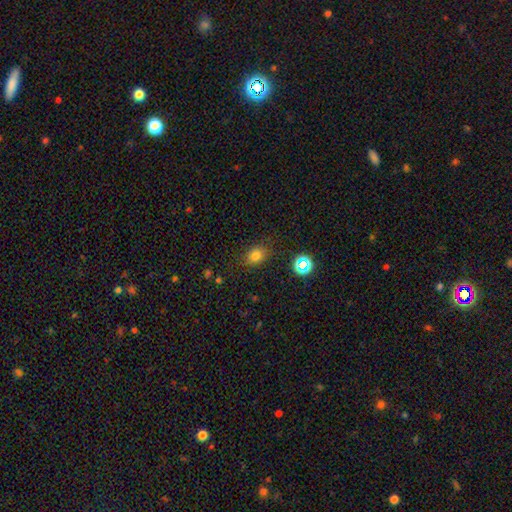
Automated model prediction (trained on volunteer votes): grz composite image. It shows a smooth galaxy with no disk features (75%) that is in between round and cigar-shaped (58%). Merging: none (83%).